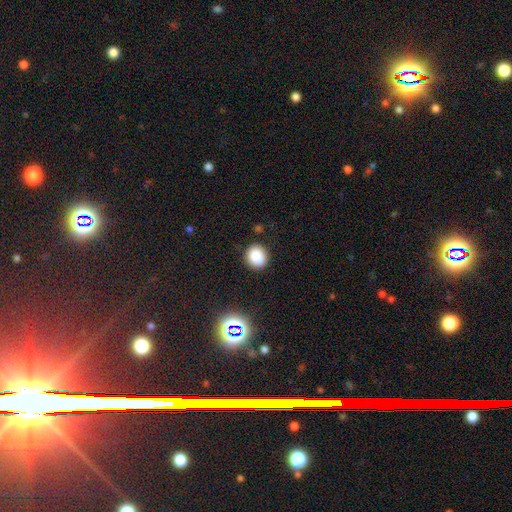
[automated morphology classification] This appears to be a smooth galaxy with no disk features (84%) that is round (81%). Merging: none (85%).